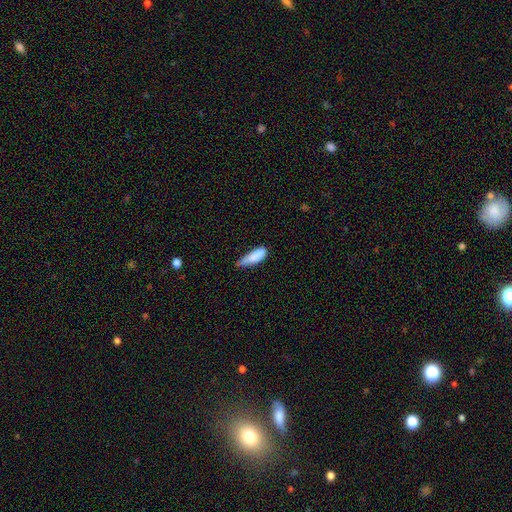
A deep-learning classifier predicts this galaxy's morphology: smooth-or-featured: smooth: 85% | featured or disk: 8% | star or artifact: 7%
  how-rounded: in between: 54% | cigar-shaped: 44% | round: 2%
  merging: minor disturbance: 51% | none: 34% | major disturbance: 11% | merger: 3%